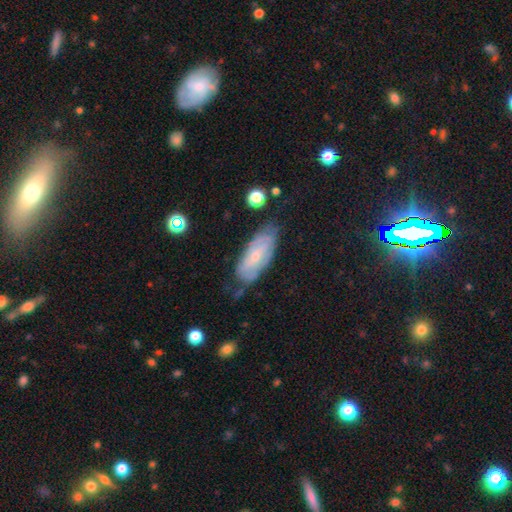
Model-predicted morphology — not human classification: Overall: featured or disk (55%; smooth 38%). Edge-on disk: no (85%). Merging: none (64%; minor disturbance 26%).